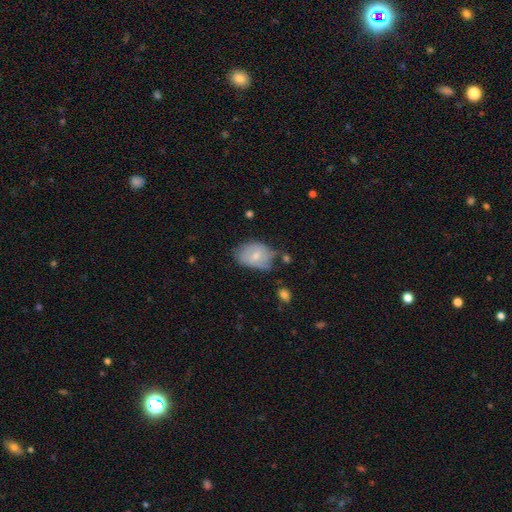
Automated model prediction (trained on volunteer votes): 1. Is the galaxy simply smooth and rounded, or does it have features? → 59% smooth, 34% featured or disk, 7% star or artifact.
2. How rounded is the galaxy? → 73% in between, 25% round, 1% cigar-shaped.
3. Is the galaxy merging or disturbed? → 44% none, 36% minor disturbance, 14% major disturbance, 6% merger.